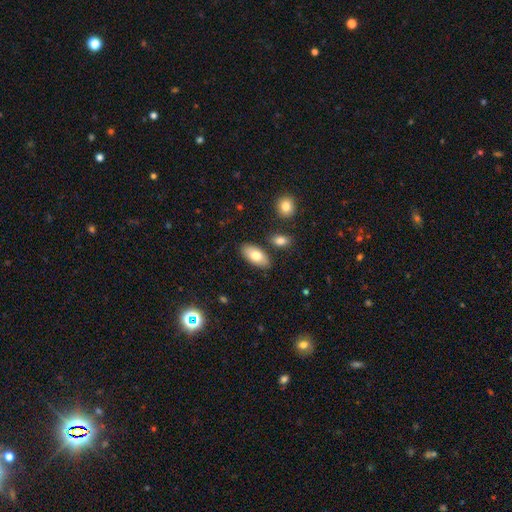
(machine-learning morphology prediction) Smooth or featured?
  - smooth: 77% *
  - featured or disk: 16%
  - star or artifact: 6%
How rounded?
  - in between: 93% *
  - cigar-shaped: 4%
  - round: 2%
Merging?
  - none: 83% *
  - minor disturbance: 10%
  - merger: 5%
  - major disturbance: 2%